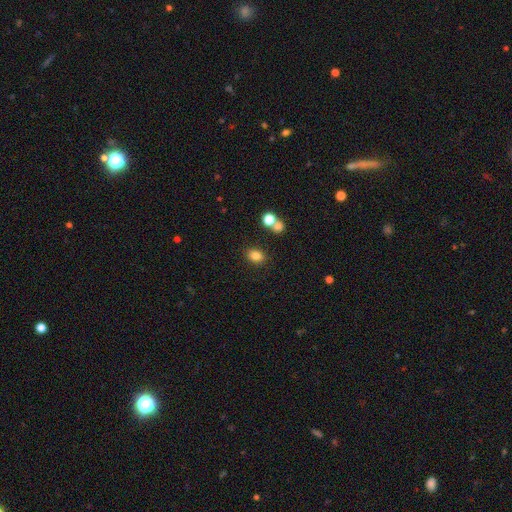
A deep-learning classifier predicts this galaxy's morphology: A smooth galaxy with no disk features (81%) that is in between round and cigar-shaped (63%).

Vote fractions:
- Smooth or featured? smooth: 81% / star or artifact: 12% / featured or disk: 6%
- How rounded? in between: 63% / round: 36% / cigar-shaped: 1%
- Merging? none: 81% / minor disturbance: 10% / merger: 6% / major disturbance: 3%